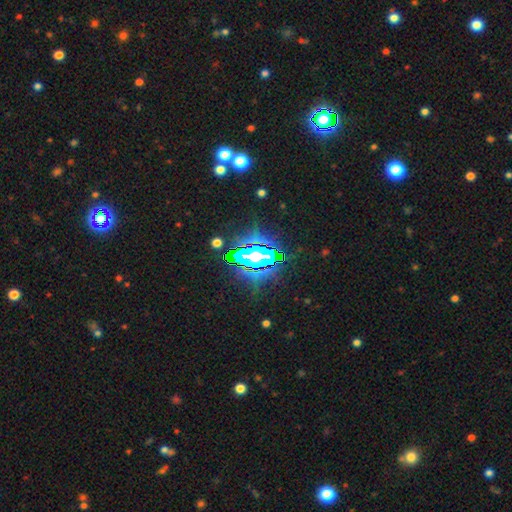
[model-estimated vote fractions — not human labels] This appears to be a star or artifact, not a galaxy (79%).